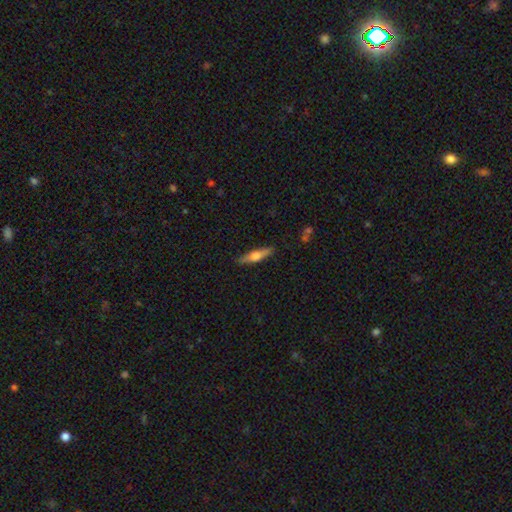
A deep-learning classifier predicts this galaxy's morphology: Q: Smooth or featured?
A: featured or disk (53%); runner-up: smooth (41%)
Q: Edge-on disk?
A: yes (95%); runner-up: no (5%)
Q: Merging?
A: none (87%); runner-up: minor disturbance (9%)